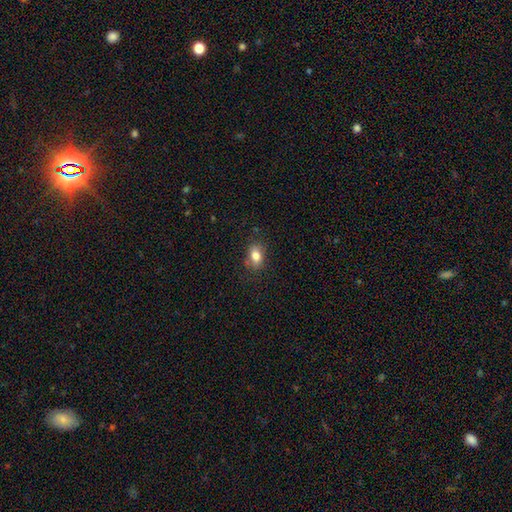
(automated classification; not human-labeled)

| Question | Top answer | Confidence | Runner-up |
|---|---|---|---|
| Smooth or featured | smooth | 82% | star or artifact (9%) |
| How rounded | in between | 80% | round (18%) |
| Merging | none | 78% | minor disturbance (16%) |